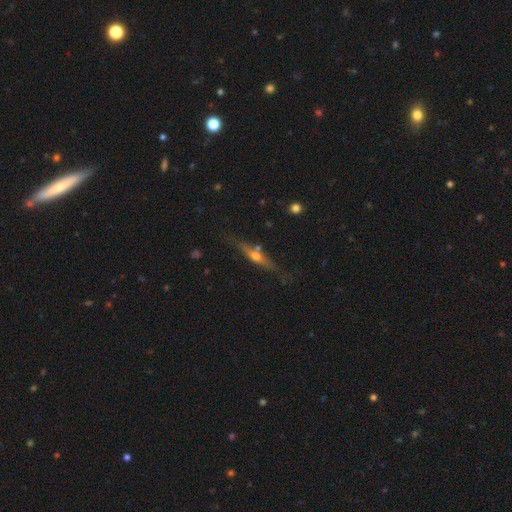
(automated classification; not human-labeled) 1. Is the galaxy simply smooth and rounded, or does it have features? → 62% featured or disk, 31% smooth, 7% star or artifact.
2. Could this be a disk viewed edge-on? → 92% yes, 8% no.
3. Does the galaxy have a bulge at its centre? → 90% rounded, 7% none, 4% boxy.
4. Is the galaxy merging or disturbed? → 73% none, 15% minor disturbance, 7% merger, 4% major disturbance.